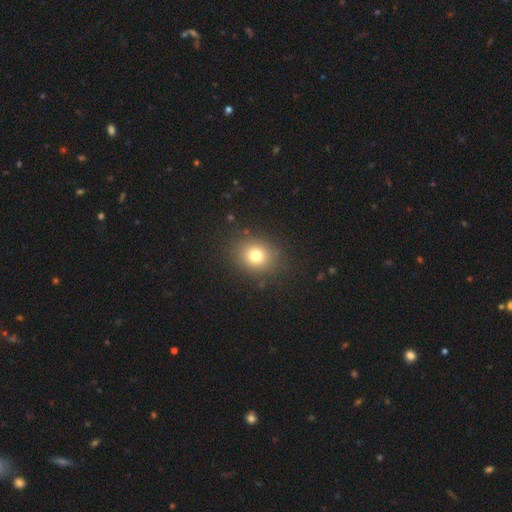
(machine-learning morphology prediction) Smooth or featured: smooth — 76% (star or artifact — 14%)
How rounded: round — 66% (in between — 33%)
Merging: none — 87% (minor disturbance — 8%)